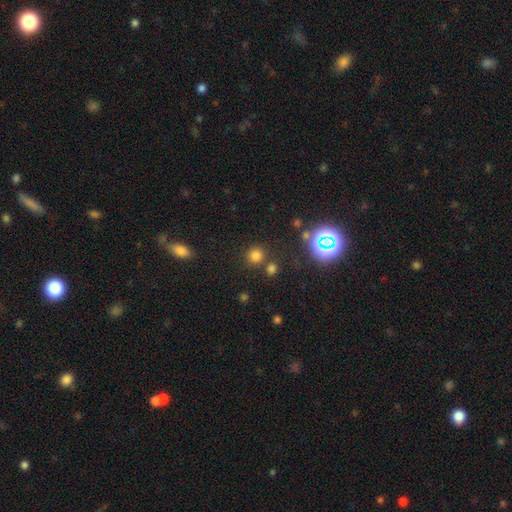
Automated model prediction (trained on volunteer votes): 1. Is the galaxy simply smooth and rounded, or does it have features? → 71% smooth, 23% star or artifact, 6% featured or disk.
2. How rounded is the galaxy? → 90% round, 9% in between, 1% cigar-shaped.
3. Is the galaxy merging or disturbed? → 77% none, 11% merger, 8% minor disturbance, 4% major disturbance.